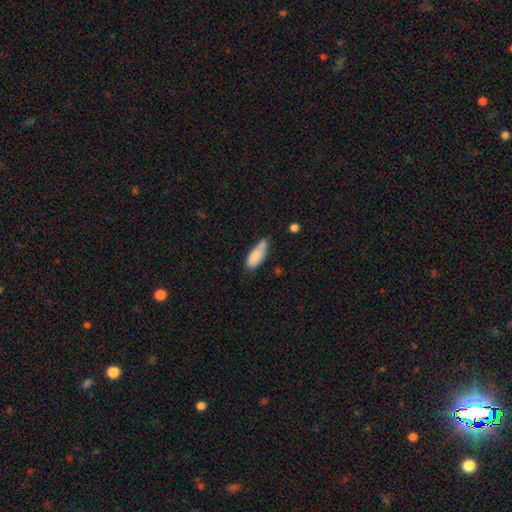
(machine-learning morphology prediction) Smooth or featured? smooth (84%)
How rounded? in between (72%)
Merging? none (47%)